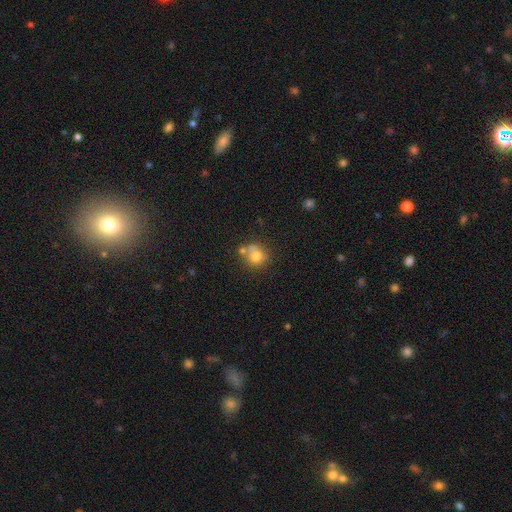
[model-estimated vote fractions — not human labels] smooth_or_featured: smooth (p=0.75) [alt: featured or disk p=0.14]
how_rounded: round (p=0.83) [alt: in between p=0.16]
merging: none (p=0.51) [alt: merger p=0.28]